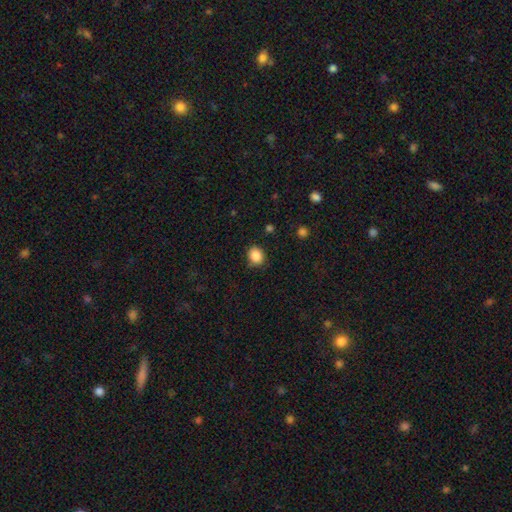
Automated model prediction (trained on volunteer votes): Q: Smooth or featured?
A: smooth (88%); runner-up: star or artifact (9%)
Q: How rounded?
A: round (59%); runner-up: in between (40%)
Q: Merging?
A: none (80%); runner-up: minor disturbance (15%)